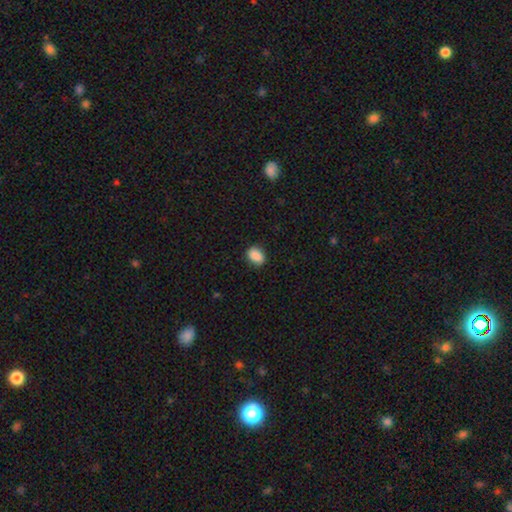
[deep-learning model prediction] smooth_or_featured: smooth (p=0.88) [alt: star or artifact p=0.08]
how_rounded: in between (p=0.70) [alt: round p=0.28]
merging: none (p=0.83) [alt: minor disturbance p=0.13]